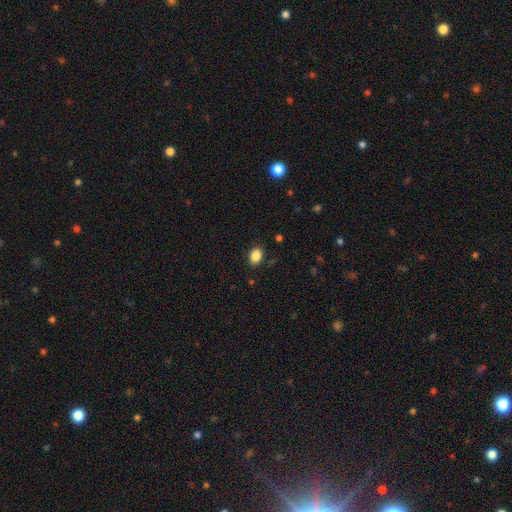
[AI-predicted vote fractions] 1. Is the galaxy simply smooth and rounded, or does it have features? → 87% smooth, 9% star or artifact, 4% featured or disk.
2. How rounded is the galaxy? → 73% in between, 26% round, 1% cigar-shaped.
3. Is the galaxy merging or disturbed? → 87% none, 10% minor disturbance, 2% major disturbance, 1% merger.